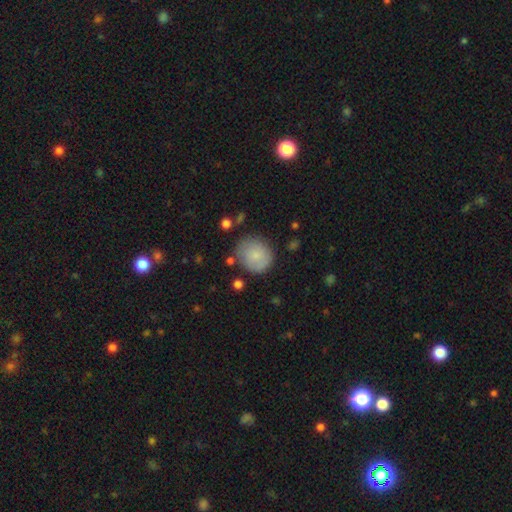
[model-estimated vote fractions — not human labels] smooth-or-featured: smooth: 81% | featured or disk: 12% | star or artifact: 7%
  how-rounded: round: 83% | in between: 16% | cigar-shaped: 1%
  merging: none: 75% | minor disturbance: 17% | major disturbance: 5% | merger: 3%